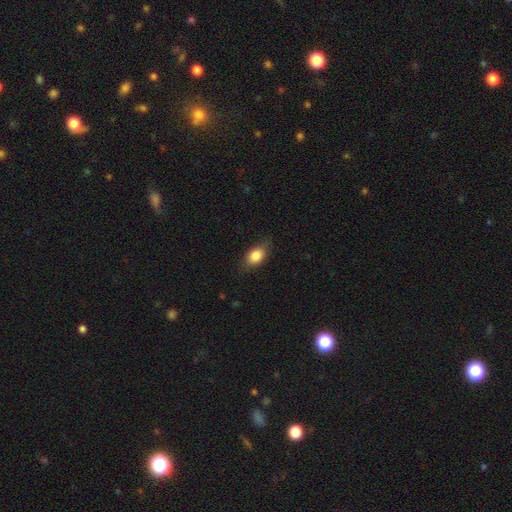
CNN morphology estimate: A smooth galaxy with no disk features (82%) that is in between round and cigar-shaped (80%).

Vote fractions:
- Smooth or featured? smooth: 82% / featured or disk: 11% / star or artifact: 7%
- How rounded? in between: 80% / round: 17% / cigar-shaped: 4%
- Merging? none: 75% / minor disturbance: 20% / major disturbance: 4% / merger: 1%